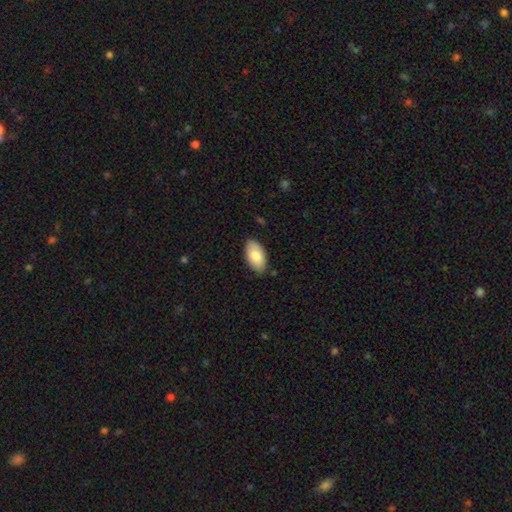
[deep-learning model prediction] smooth 84%, featured or disk 10%, star or artifact 6%. Down the decision tree: how rounded — in between (96%); merging — none (84%).